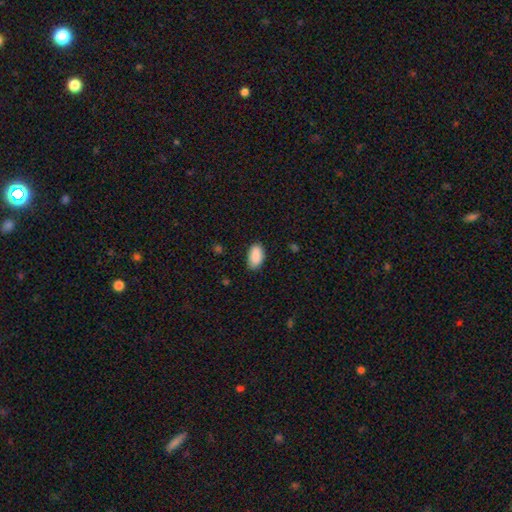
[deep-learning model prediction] Q: Smooth or featured?
A: smooth (90%); runner-up: star or artifact (7%)
Q: How rounded?
A: in between (94%); runner-up: round (4%)
Q: Merging?
A: none (83%); runner-up: minor disturbance (13%)